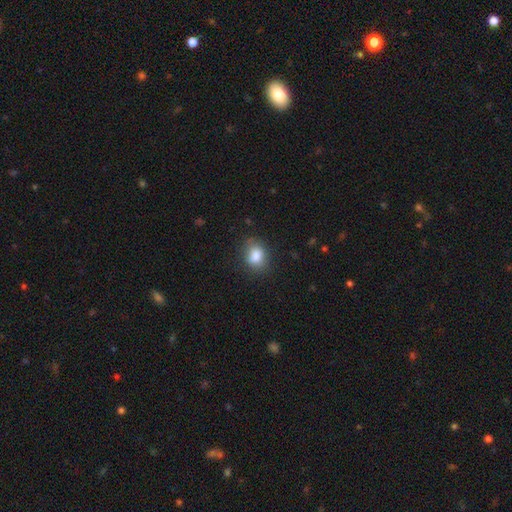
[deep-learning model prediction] Smooth or featured? smooth (84%)
How rounded? in between (51%)
Merging? none (75%)